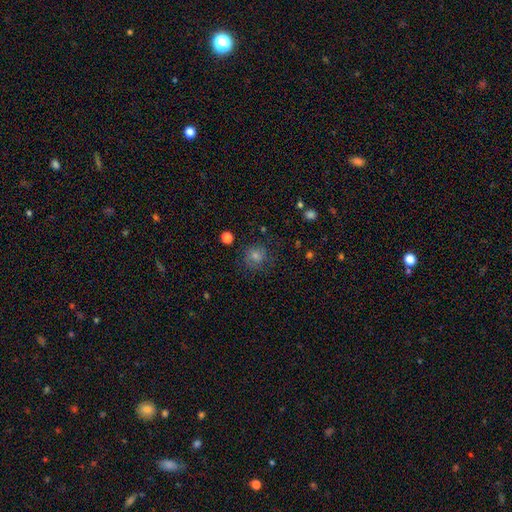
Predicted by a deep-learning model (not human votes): Smooth or featured? Predicted: smooth (p=0.51). How rounded? Predicted: round (p=0.86). Merging? Predicted: none (p=0.77).